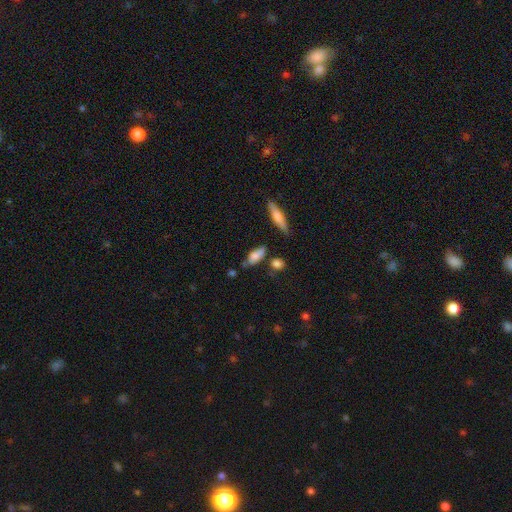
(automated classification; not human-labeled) Smooth or featured? smooth (66%)
How rounded? in between (66%)
Merging? none (60%)